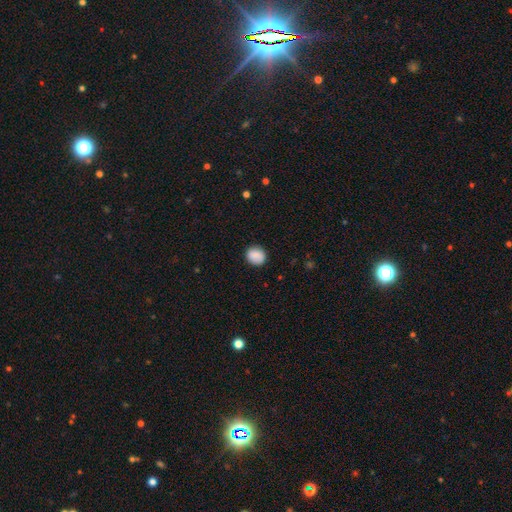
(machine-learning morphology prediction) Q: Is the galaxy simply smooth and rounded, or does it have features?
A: smooth — 86%.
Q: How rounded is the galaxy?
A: round — 76%.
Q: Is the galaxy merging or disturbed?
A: none — 86%.